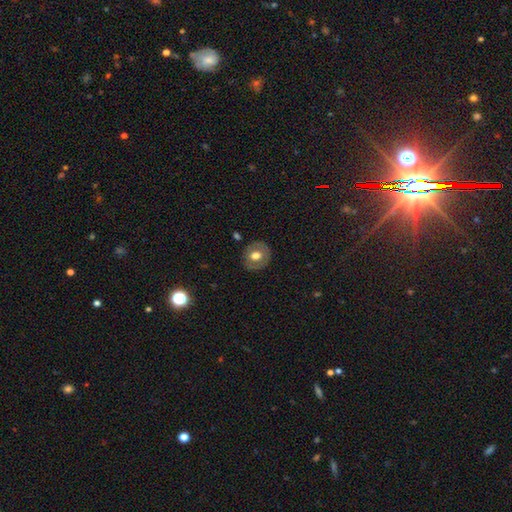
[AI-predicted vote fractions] smooth_or_featured: smooth (p=0.54) [alt: featured or disk p=0.39]
how_rounded: round (p=0.76) [alt: in between p=0.24]
merging: none (p=0.84) [alt: minor disturbance p=0.11]